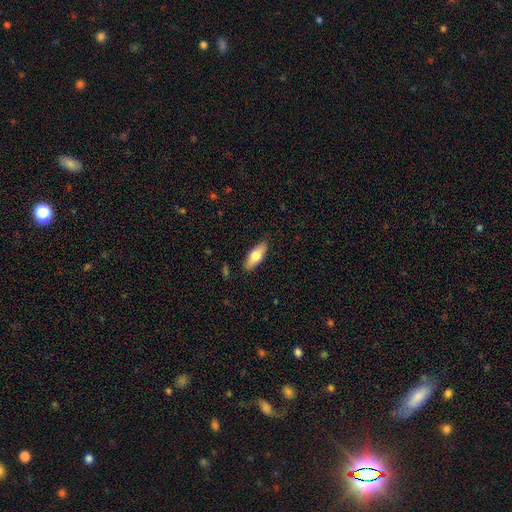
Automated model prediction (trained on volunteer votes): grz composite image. It shows a smooth galaxy with no disk features (70%) that is in between round and cigar-shaped (74%). Merging: none (88%).